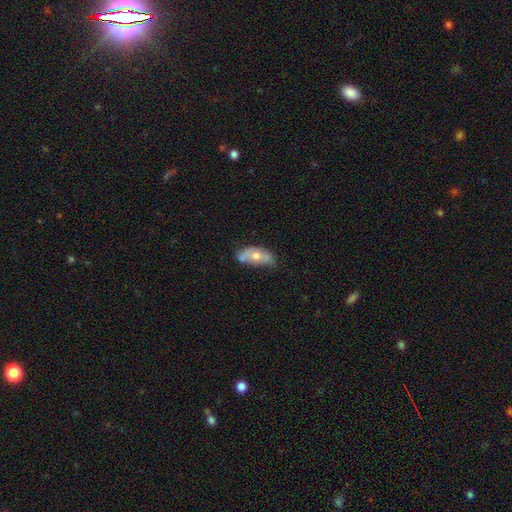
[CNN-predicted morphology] The model was most divided on "smooth or featured": smooth: 50%, featured or disk: 42%, star or artifact: 7%. Remaining: how rounded — in between (86%); merging — none (46%).